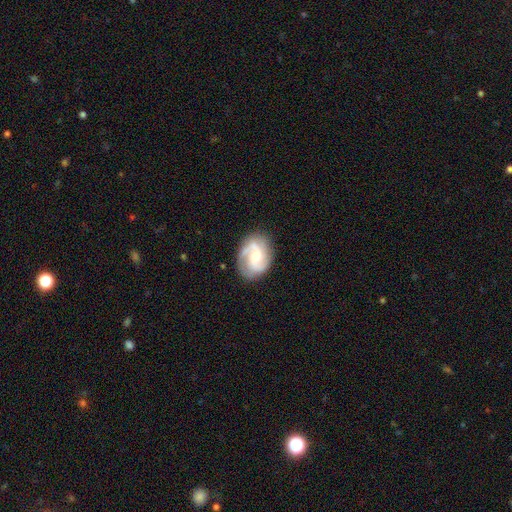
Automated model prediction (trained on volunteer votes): Q: Smooth or featured?
A: featured or disk (77%); runner-up: smooth (17%)
Q: Edge-on disk?
A: no (97%); runner-up: yes (3%)
Q: Bar?
A: no (55%); runner-up: weak (37%)
Q: Spiral arms?
A: yes (95%); runner-up: no (5%)
Q: Spiral winding?
A: medium (48%); runner-up: tight (31%)
Q: Spiral arm count?
A: 2 (59%); runner-up: 3 (19%)
Q: Bulge size?
A: moderate (49%); runner-up: small (40%)
Q: Merging?
A: none (74%); runner-up: minor disturbance (17%)